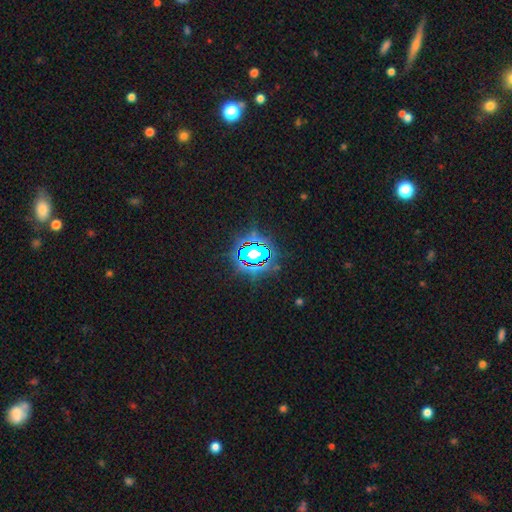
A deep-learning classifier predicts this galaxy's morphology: type=star or artifact (68%).